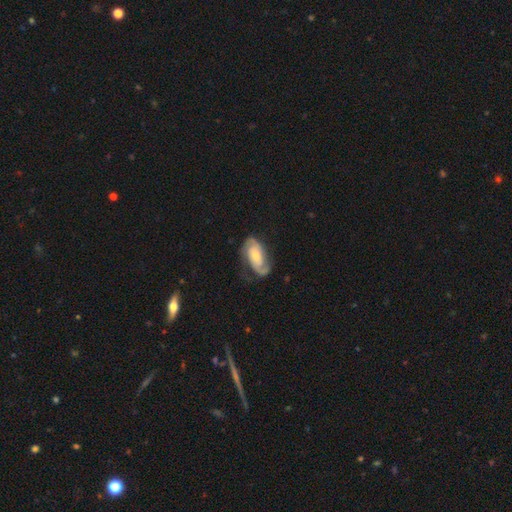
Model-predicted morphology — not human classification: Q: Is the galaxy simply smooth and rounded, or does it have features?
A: featured or disk — 79%.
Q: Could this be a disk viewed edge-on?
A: no — 96%.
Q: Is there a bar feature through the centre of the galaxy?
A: no — 57%.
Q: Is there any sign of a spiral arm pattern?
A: yes — 95%.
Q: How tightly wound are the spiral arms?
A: medium — 42%.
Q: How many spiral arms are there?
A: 2 — 82%.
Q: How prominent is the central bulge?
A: moderate — 46%.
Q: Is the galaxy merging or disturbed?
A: none — 64%.